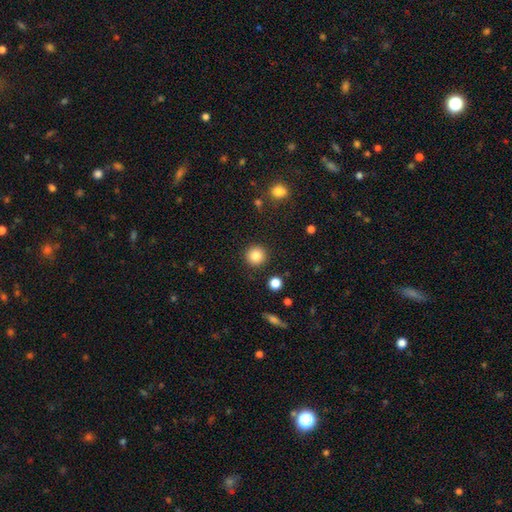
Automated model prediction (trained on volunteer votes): This is clearly a smooth galaxy (85%). How rounded: clearly round (95%). Merging: clearly none (91%).